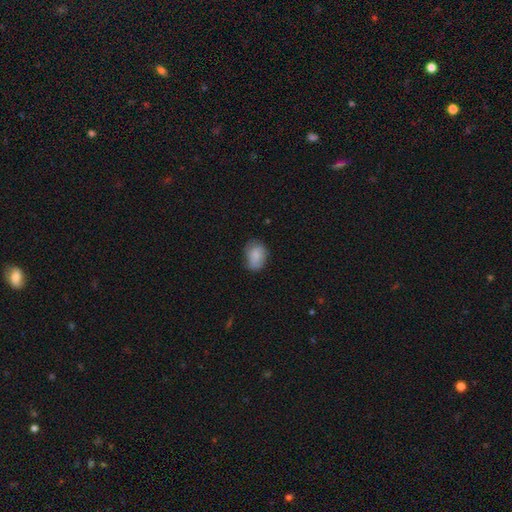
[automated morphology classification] smooth-or-featured: smooth: 79% | featured or disk: 14% | star or artifact: 7%
  how-rounded: in between: 70% | round: 28% | cigar-shaped: 1%
  merging: none: 61% | minor disturbance: 31% | major disturbance: 7% | merger: 2%